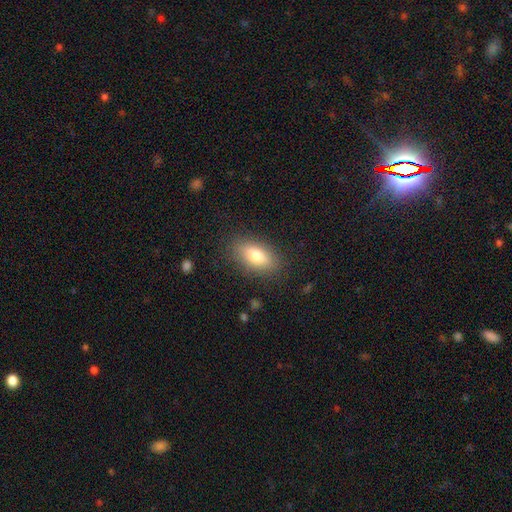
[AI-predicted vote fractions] smooth 78%, featured or disk 14%, star or artifact 8%. Down the decision tree: how rounded — in between (86%); merging — none (85%).